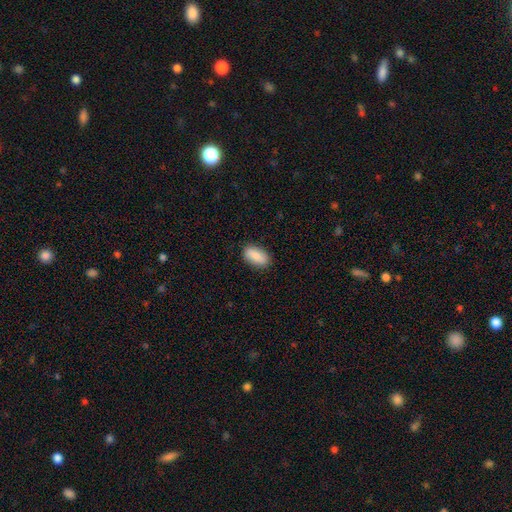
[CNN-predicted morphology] Smooth or featured? Predicted: smooth (p=0.87). How rounded? Predicted: in between (p=0.92). Merging? Predicted: none (p=0.87).